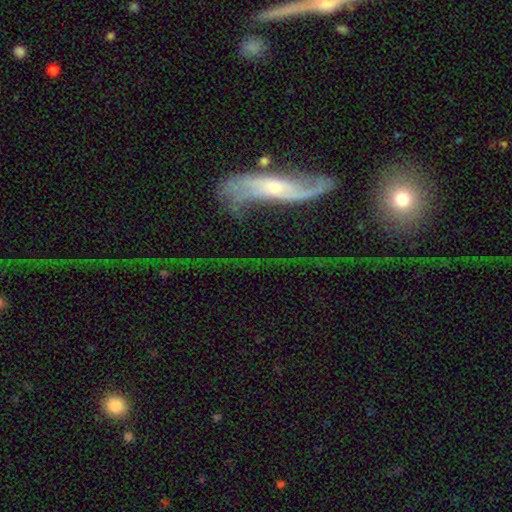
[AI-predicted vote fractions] This appears to be a featured or disk galaxy (71%) with no bar (49%), spiral arms (79%) and a small central bulge (54%). Merging: none (41%).